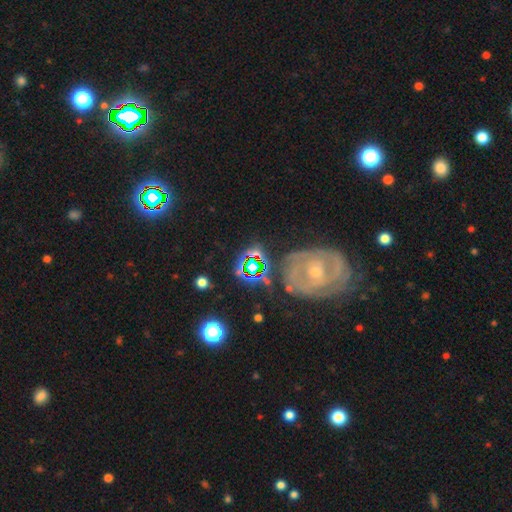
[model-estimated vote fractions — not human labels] Smooth or featured: star or artifact — 51% (smooth — 25%)